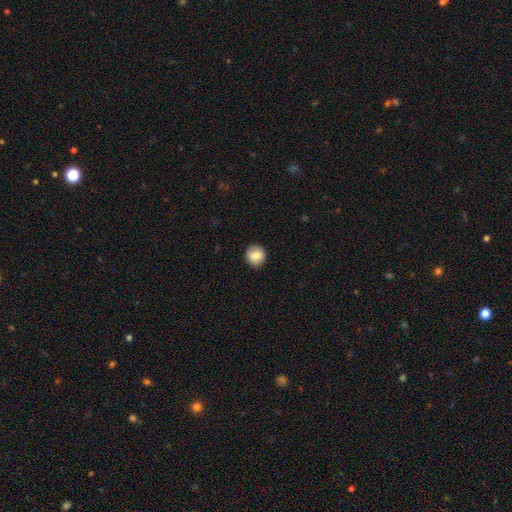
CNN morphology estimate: This is clearly a smooth galaxy (83%). How rounded: clearly round (85%). Merging: clearly none (87%).